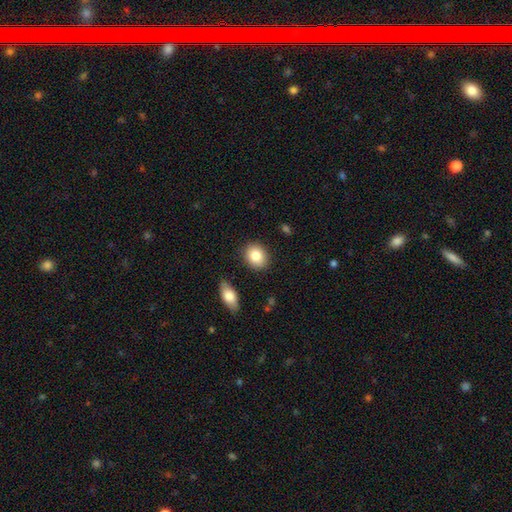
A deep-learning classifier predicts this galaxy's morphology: Smooth or featured? smooth (84%)
How rounded? round (50%)
Merging? none (87%)